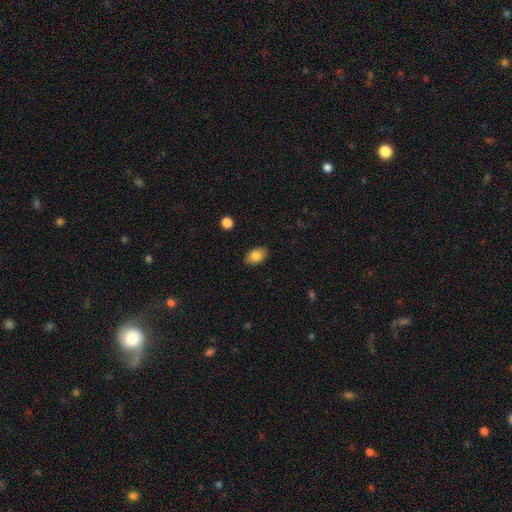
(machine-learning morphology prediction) smooth_or_featured: smooth (p=0.83) [alt: featured or disk p=0.09]
how_rounded: in between (p=0.89) [alt: round p=0.10]
merging: none (p=0.88) [alt: minor disturbance p=0.09]